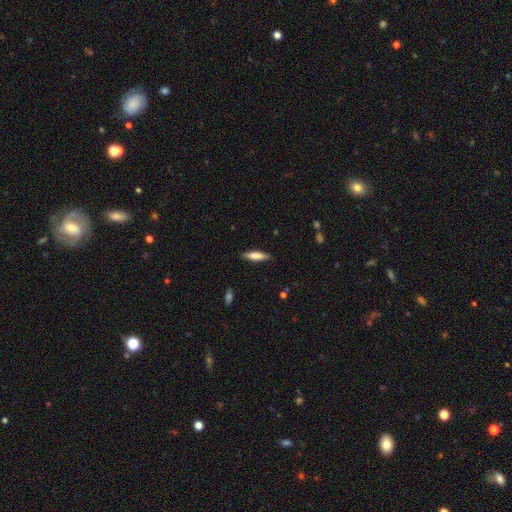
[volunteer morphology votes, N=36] This is likely a smooth galaxy (72%). How rounded: possibly in between (50%, tied with cigar-shaped). Merging: clearly none (91%).